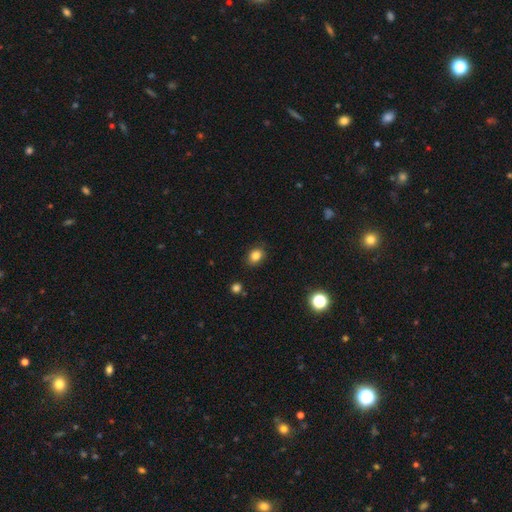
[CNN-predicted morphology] Q: Smooth or featured?
A: smooth (83%); runner-up: star or artifact (11%)
Q: How rounded?
A: in between (56%); runner-up: round (43%)
Q: Merging?
A: none (84%); runner-up: minor disturbance (12%)